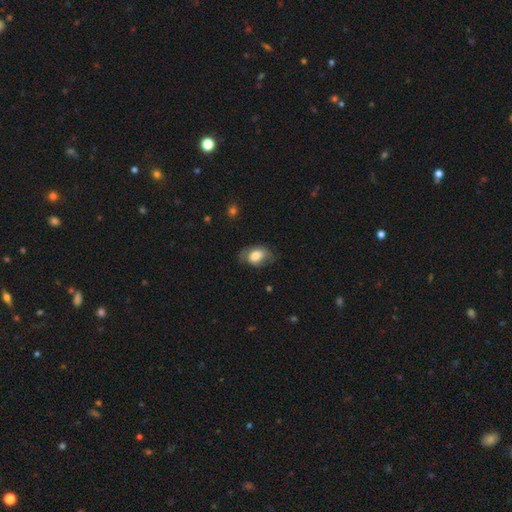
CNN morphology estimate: Smooth or featured? smooth (64%)
How rounded? in between (82%)
Merging? none (58%)